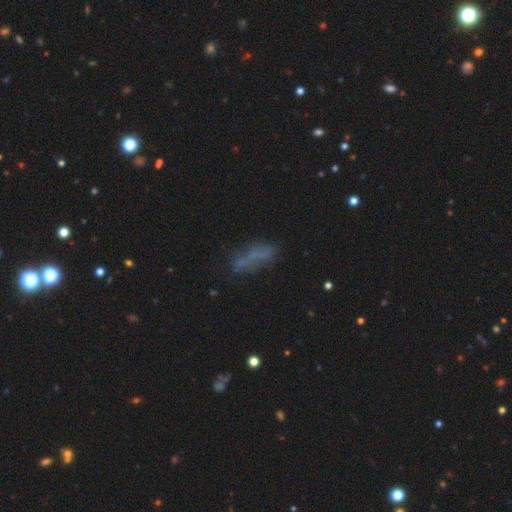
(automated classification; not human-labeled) Smooth or featured? Predicted: smooth (p=0.56). How rounded? Predicted: in between (p=0.49). Merging? Predicted: none (p=0.53).